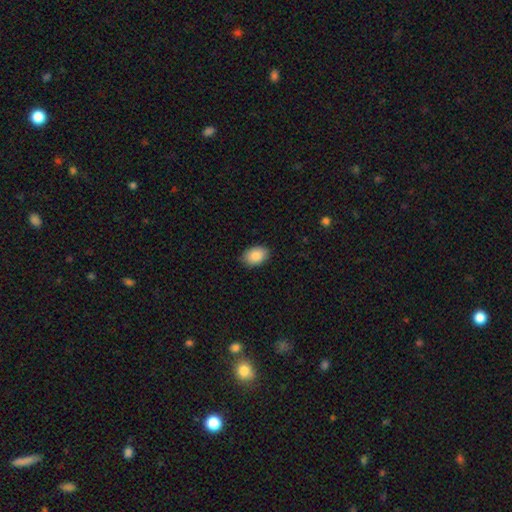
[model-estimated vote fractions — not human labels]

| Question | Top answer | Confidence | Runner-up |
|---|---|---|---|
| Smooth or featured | smooth | 88% | star or artifact (7%) |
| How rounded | in between | 87% | round (12%) |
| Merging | none | 87% | minor disturbance (11%) |